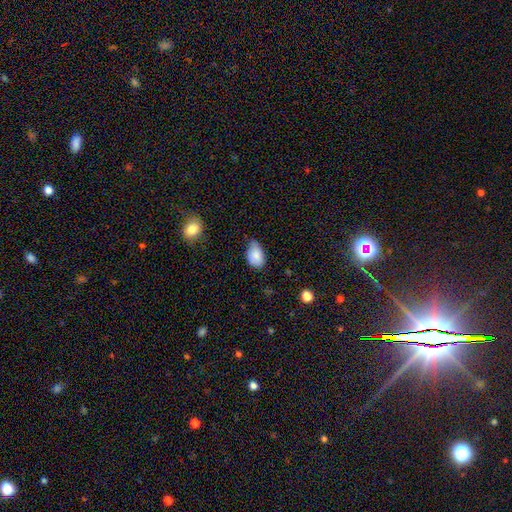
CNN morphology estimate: A smooth galaxy with no disk features (84%) that is in between round and cigar-shaped (88%). Merging: minor disturbance (46%).